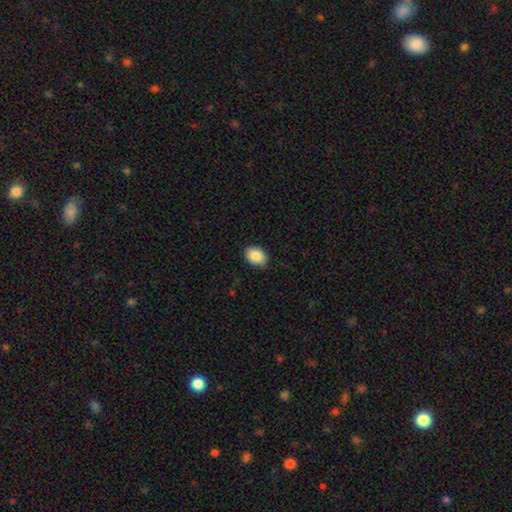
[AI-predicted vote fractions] Smooth or featured? Predicted: smooth (p=0.88). How rounded? Predicted: in between (p=0.84). Merging? Predicted: none (p=0.86).